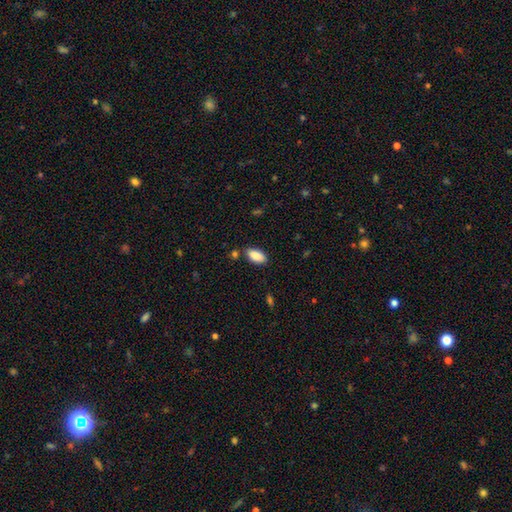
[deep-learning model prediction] Q: Smooth or featured?
A: smooth (89%); runner-up: star or artifact (7%)
Q: How rounded?
A: in between (92%); runner-up: cigar-shaped (5%)
Q: Merging?
A: none (82%); runner-up: minor disturbance (12%)